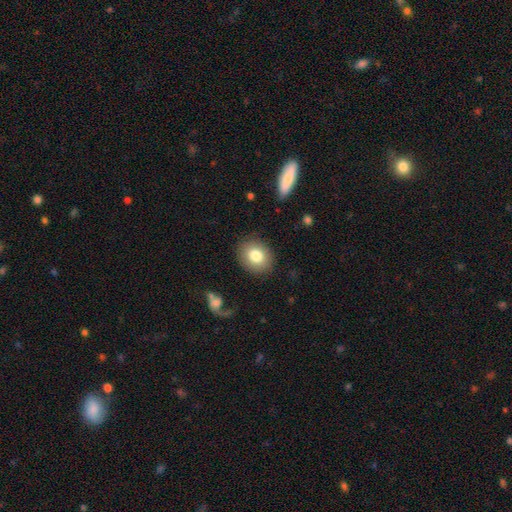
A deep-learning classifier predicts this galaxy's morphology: This is clearly a smooth galaxy (80%). How rounded: likely round (61%). Merging: clearly none (87%).